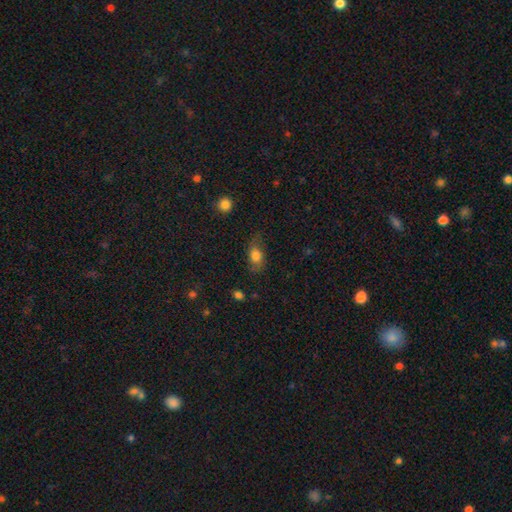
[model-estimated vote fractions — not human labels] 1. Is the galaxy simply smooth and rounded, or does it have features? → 77% smooth, 14% featured or disk, 9% star or artifact.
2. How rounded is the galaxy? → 78% in between, 18% round, 4% cigar-shaped.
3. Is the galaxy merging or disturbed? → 63% none, 26% minor disturbance, 10% major disturbance, 2% merger.